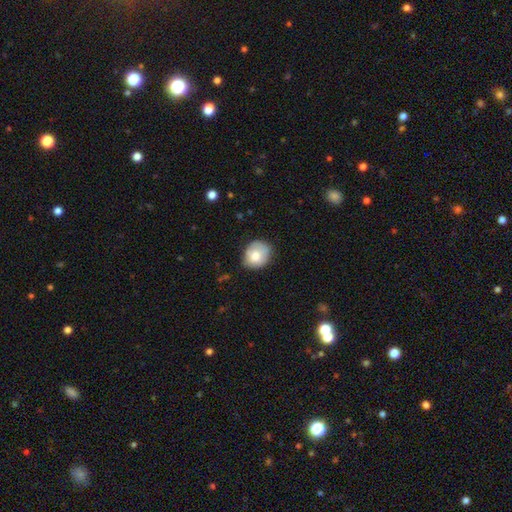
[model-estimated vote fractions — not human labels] Smooth or featured?
  - smooth: 77% *
  - featured or disk: 15%
  - star or artifact: 8%
How rounded?
  - round: 62% *
  - in between: 37%
  - cigar-shaped: 1%
Merging?
  - none: 68% *
  - minor disturbance: 25%
  - major disturbance: 5%
  - merger: 2%